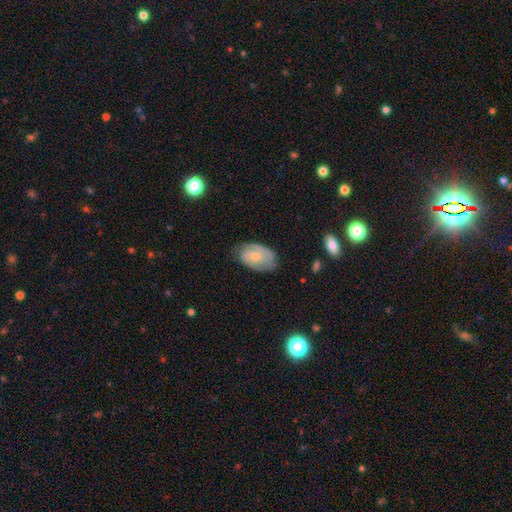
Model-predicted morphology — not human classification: Smooth or featured?
  - featured or disk: 58% *
  - smooth: 36%
  - star or artifact: 6%
Edge-on disk?
  - no: 96% *
  - yes: 4%
Bar?
  - no: 71% *
  - weak: 25%
  - strong: 4%
Spiral arms?
  - yes: 84% *
  - no: 16%
Bulge size?
  - small: 67% *
  - moderate: 26%
  - none: 5%
  - large: 2%
  - dominant: 1%
Merging?
  - none: 67% *
  - minor disturbance: 24%
  - major disturbance: 7%
  - merger: 2%